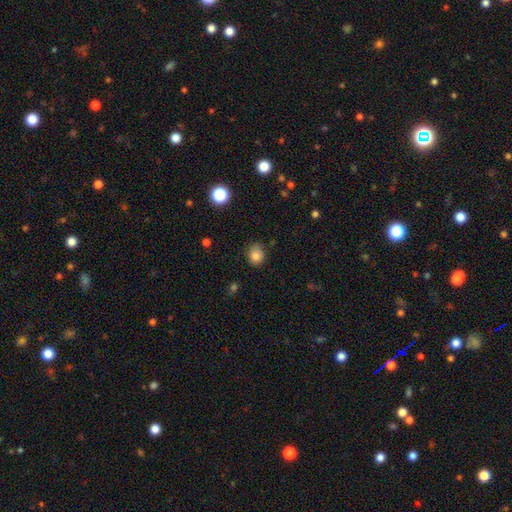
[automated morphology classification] Smooth or featured? smooth (83%)
How rounded? round (66%)
Merging? none (71%)